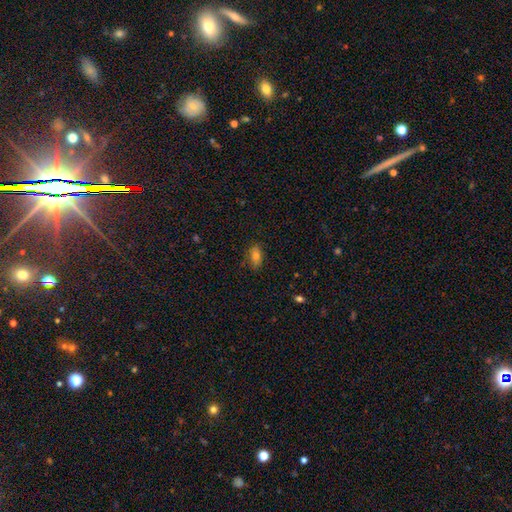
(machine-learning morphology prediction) The model was most divided on "merging": none: 80%, minor disturbance: 16%, major disturbance: 3%, merger: 1%. More confident: how rounded — in between (85%); smooth or featured — smooth (77%).